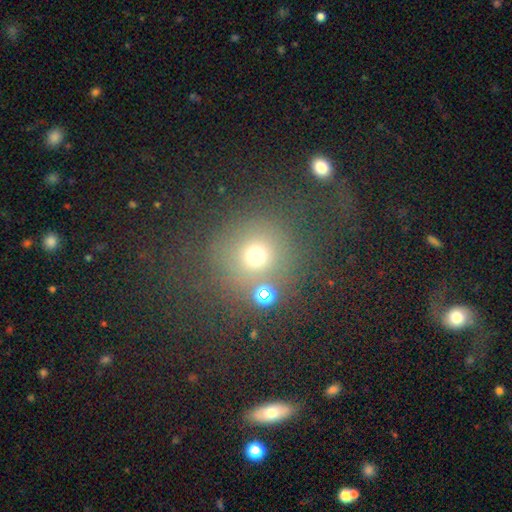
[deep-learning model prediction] Overall: smooth (66%). How rounded: round (87%). Merging: none (68%).